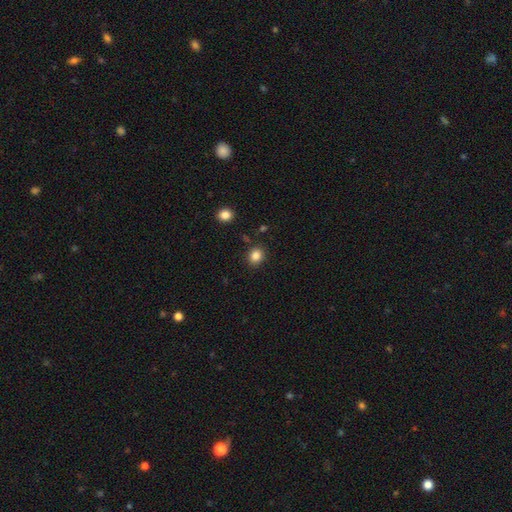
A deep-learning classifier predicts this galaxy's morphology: type=smooth (85%); roundness=round (65%); merging=none (87%).